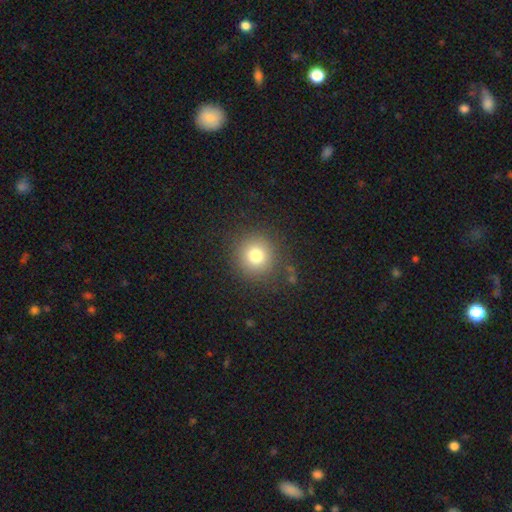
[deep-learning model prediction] Overall: smooth (76%). How rounded: round (93%). Merging: none (86%).